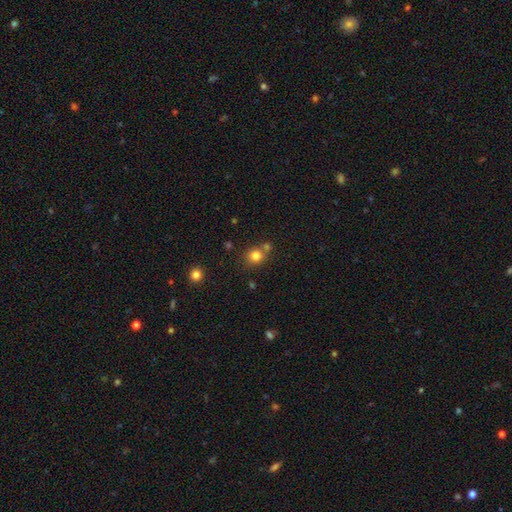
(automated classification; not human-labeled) A smooth galaxy with no disk features (80%) that is round (83%). Merging: none (65%).